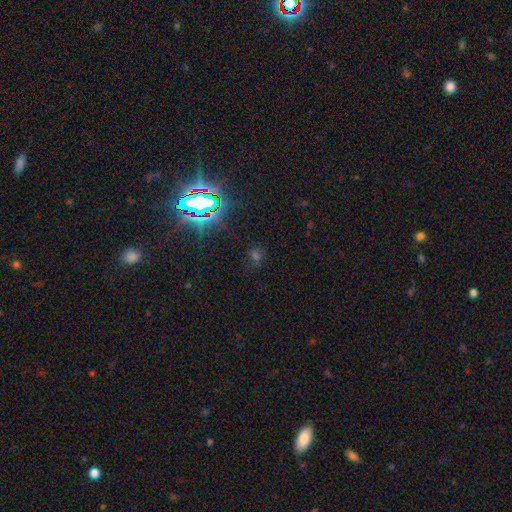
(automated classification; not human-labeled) Morphology: type=star or artifact (63%).